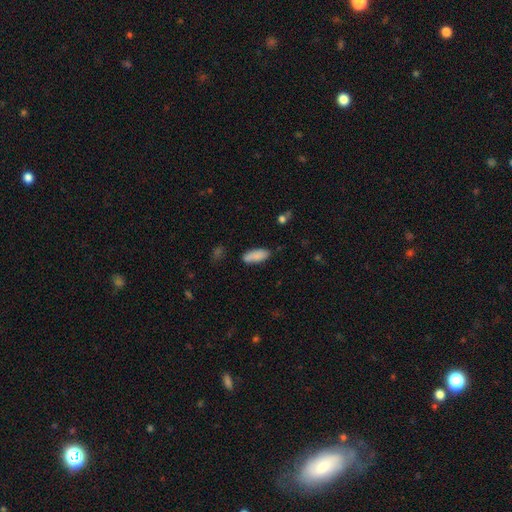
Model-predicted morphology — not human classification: A smooth galaxy with no disk features (87%) that is in between round and cigar-shaped (77%). Merging: none (80%).